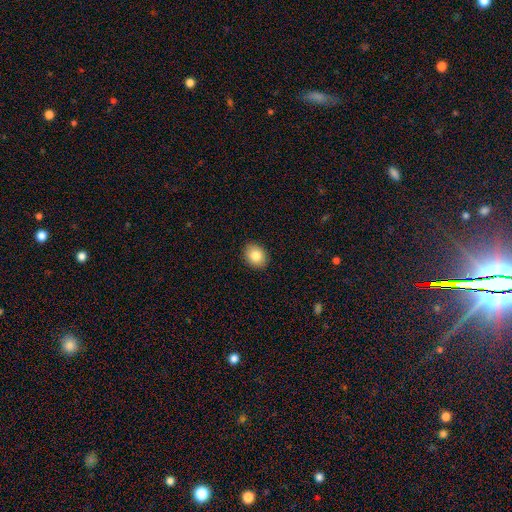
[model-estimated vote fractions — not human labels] Smooth or featured: smooth — 83% (star or artifact — 8%)
How rounded: in between — 56% (round — 43%)
Merging: none — 90% (minor disturbance — 7%)